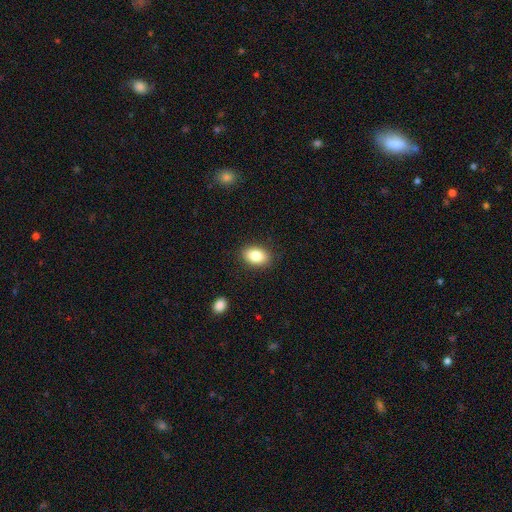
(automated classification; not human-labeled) The model was most divided on "how rounded": in between: 86%, round: 13%, cigar-shaped: 1%. More confident: merging — none (87%); smooth or featured — smooth (85%).